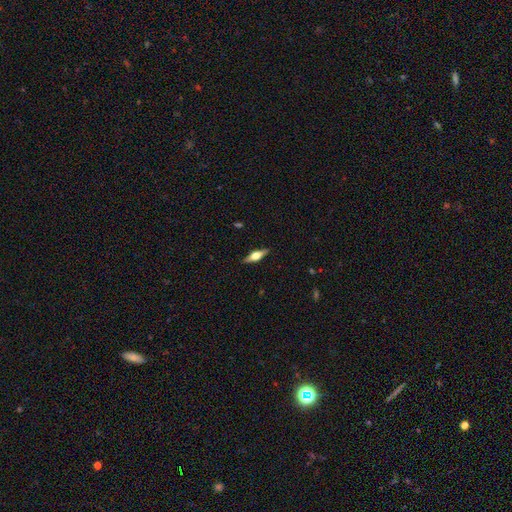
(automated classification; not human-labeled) A featured or disk galaxy (59%) viewed edge-on (95%) with a rounded central bulge (93%). Merging: none (89%).